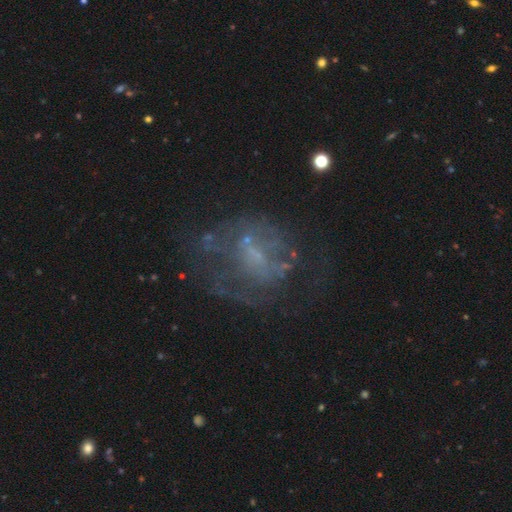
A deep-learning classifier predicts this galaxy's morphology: Overall: featured or disk (63%). Edge-on disk: no (97%). Bar: no (69%). Spiral arms: no (63%; yes 37%). Bulge size: none (47%; small 38%). Merging: none (51%; major disturbance 27%).